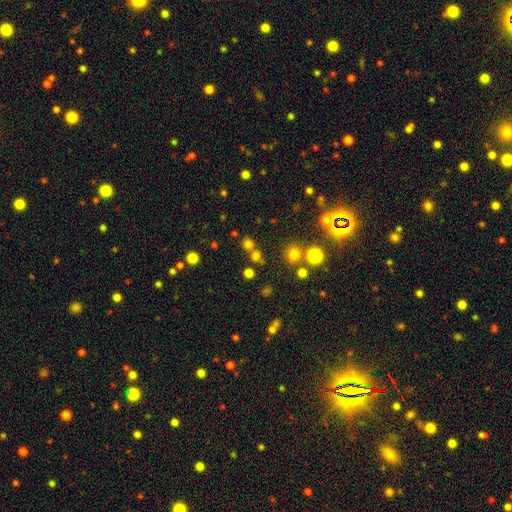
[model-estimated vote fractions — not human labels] A smooth galaxy with no disk features (64%) that is round (86%).

Vote fractions:
- Smooth or featured? smooth: 64% / star or artifact: 28% / featured or disk: 7%
- How rounded? round: 86% / in between: 12% / cigar-shaped: 1%
- Merging? none: 67% / merger: 22% / minor disturbance: 8% / major disturbance: 4%